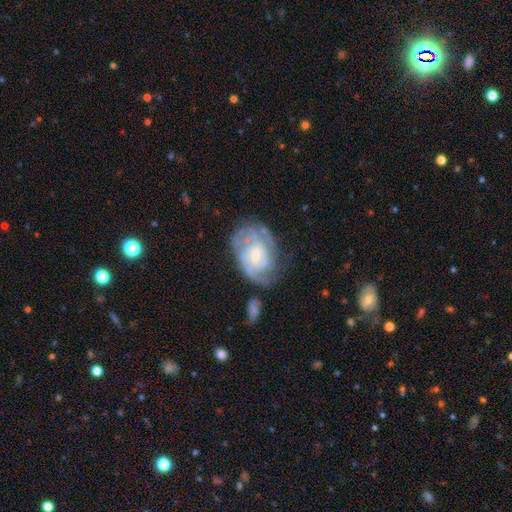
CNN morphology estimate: This is likely a featured or disk galaxy (75%). It is clearly not viewed edge-on (97%). Bar: possibly weak (47%). Spiral arm pattern: clearly yes (83%). Spiral arm count: possibly can't tell (50%). Spiral winding: possibly tight (55%). Central bulge: marginally small (41%, tied with moderate). Merging: possibly none (51%).